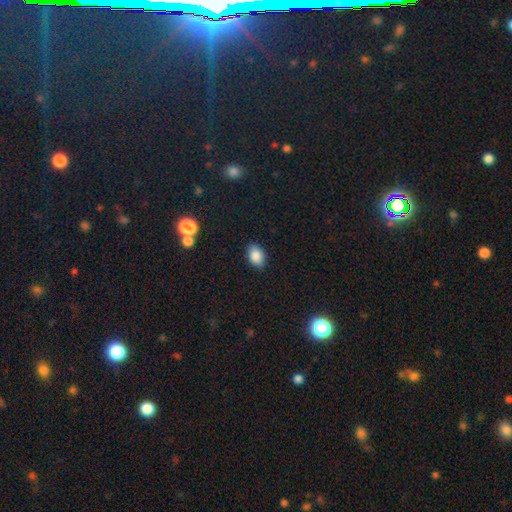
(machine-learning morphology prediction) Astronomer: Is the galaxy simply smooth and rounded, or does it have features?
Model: smooth — 87%.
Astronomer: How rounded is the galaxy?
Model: in between — 84%.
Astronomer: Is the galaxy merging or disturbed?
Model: none — 86%.